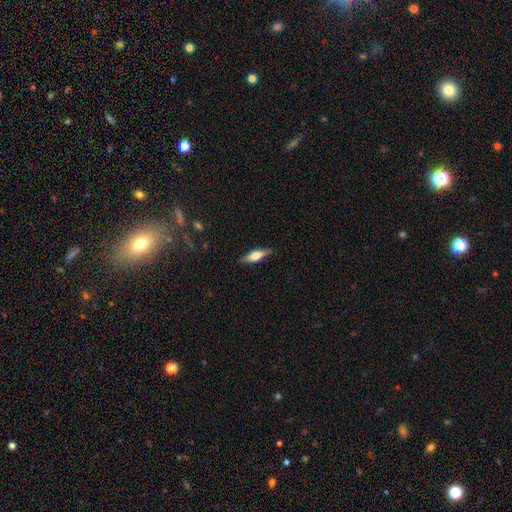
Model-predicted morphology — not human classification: A smooth galaxy with no disk features (48%). Merging: none (86%).